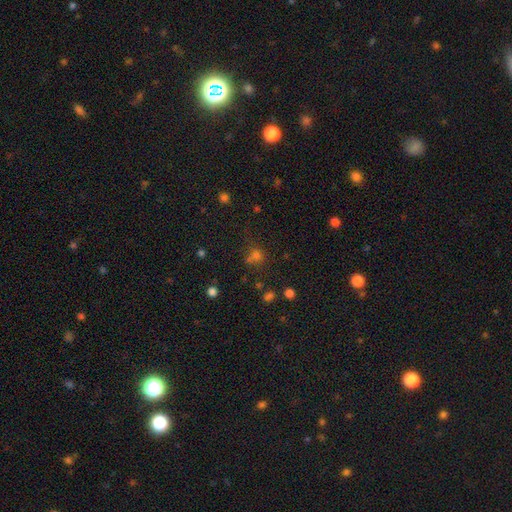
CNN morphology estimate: Smooth or featured? Predicted: smooth (p=0.61). How rounded? Predicted: round (p=0.78). Merging? Predicted: none (p=0.56).